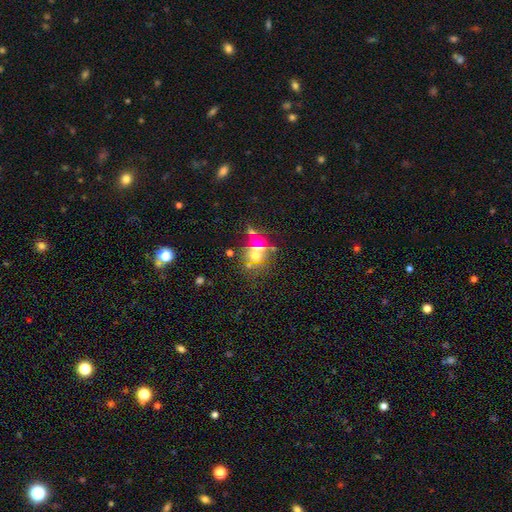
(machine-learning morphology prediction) type=smooth (43%); merging=none (53%).